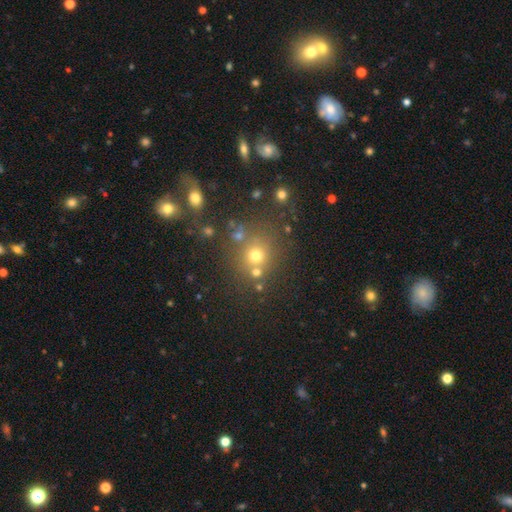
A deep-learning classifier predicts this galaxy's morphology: This is likely a smooth galaxy (65%). How rounded: clearly round (88%). Merging: likely none (71%).